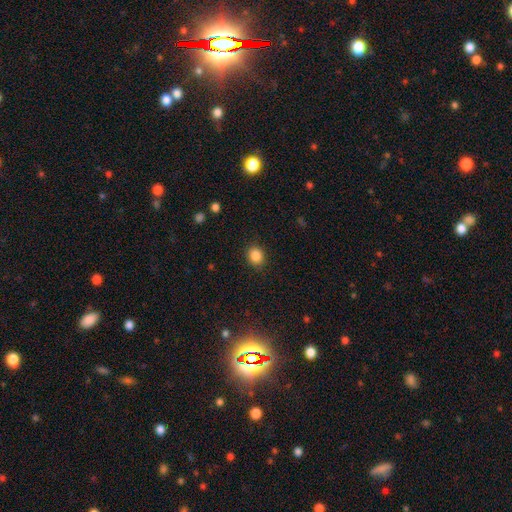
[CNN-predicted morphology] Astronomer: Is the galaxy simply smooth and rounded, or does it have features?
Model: smooth — 86%.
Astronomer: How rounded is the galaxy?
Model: round — 66%.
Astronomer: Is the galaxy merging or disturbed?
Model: none — 88%.